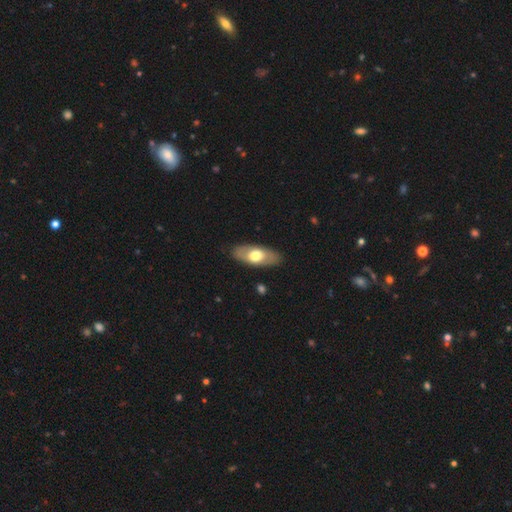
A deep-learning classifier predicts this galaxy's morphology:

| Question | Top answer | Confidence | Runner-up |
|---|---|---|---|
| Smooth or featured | smooth | 59% | featured or disk (36%) |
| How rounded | in between | 85% | cigar-shaped (12%) |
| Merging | none | 87% | minor disturbance (10%) |